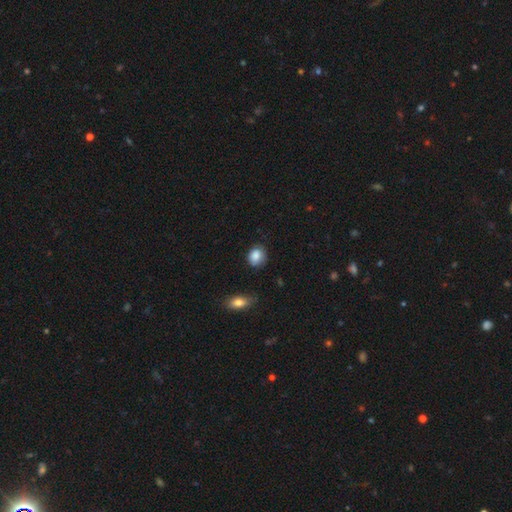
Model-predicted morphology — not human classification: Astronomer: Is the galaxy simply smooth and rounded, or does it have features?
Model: smooth — 85%.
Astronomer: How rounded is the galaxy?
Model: round — 55% (runner-up: in between, 43%).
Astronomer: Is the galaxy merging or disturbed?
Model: none — 66%.